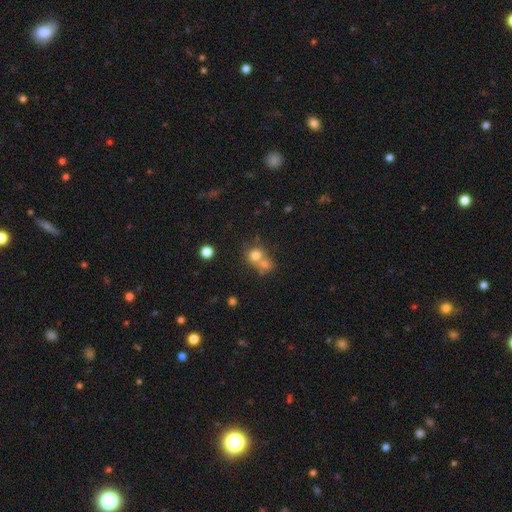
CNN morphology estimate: type=smooth (72%); roundness=round (76%); merging=merger (55%).